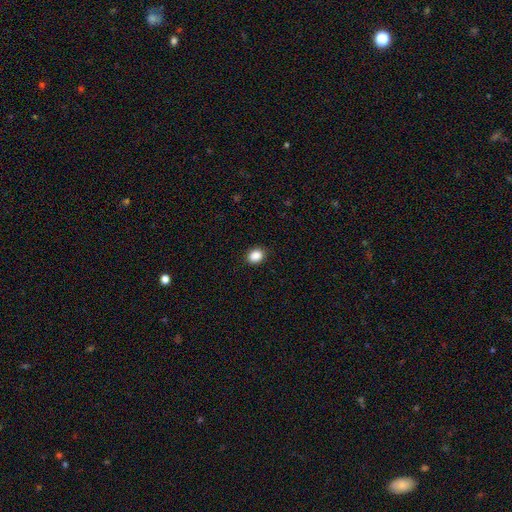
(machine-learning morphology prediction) A smooth galaxy with no disk features (88%) that is in between round and cigar-shaped (57%). Merging: none (88%).